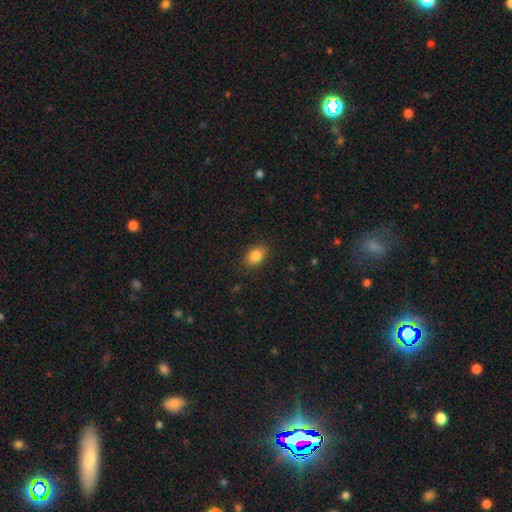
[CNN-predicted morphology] A smooth galaxy with no disk features (85%) that is in between round and cigar-shaped (80%).

Vote fractions:
- Smooth or featured? smooth: 85% / star or artifact: 9% / featured or disk: 6%
- How rounded? in between: 80% / round: 19% / cigar-shaped: 1%
- Merging? none: 87% / minor disturbance: 10% / major disturbance: 3% / merger: 1%